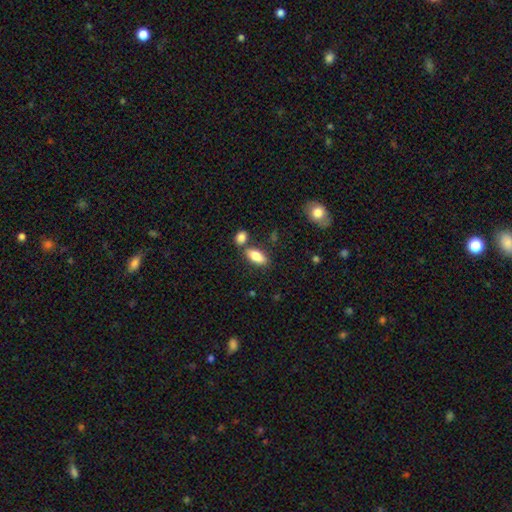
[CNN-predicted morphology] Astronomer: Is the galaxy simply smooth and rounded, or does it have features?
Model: smooth — 83%.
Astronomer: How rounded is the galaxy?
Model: in between — 86%.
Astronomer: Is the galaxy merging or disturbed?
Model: none — 66%.